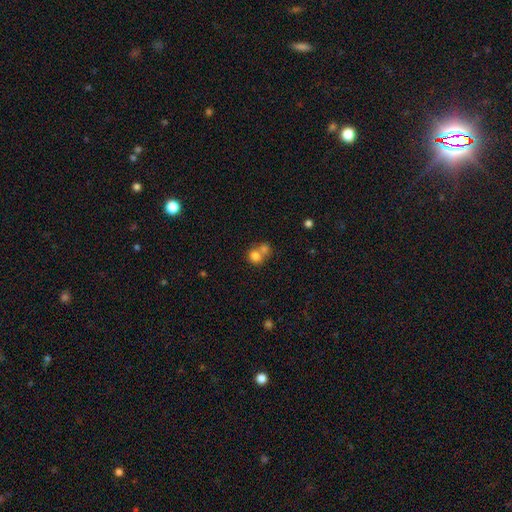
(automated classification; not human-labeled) Smooth or featured? Predicted: smooth (p=0.77). How rounded? Predicted: round (p=0.73). Merging? Predicted: merger (p=0.55).